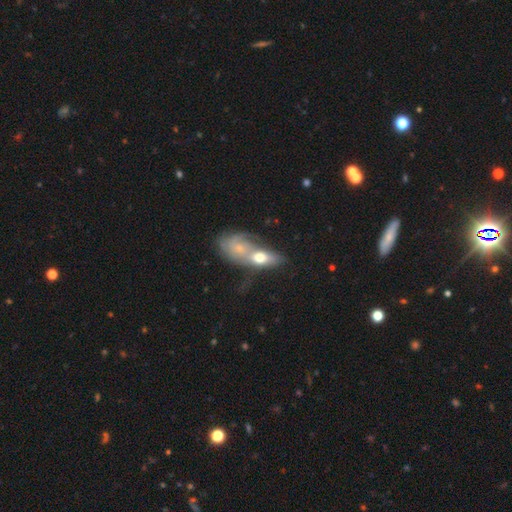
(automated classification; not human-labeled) Morphology: type=featured or disk (46%); merging=merger (62%).